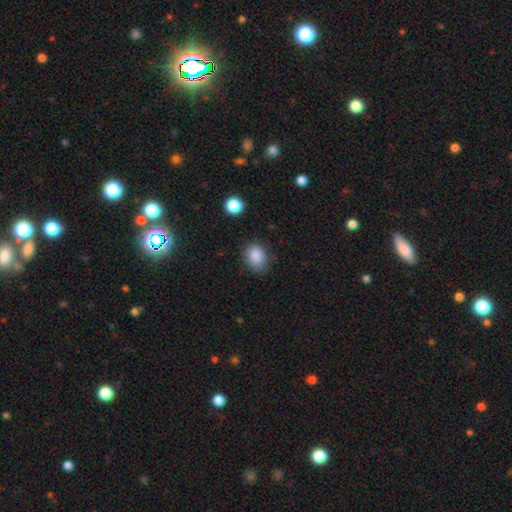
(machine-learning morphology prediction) This appears to be a smooth galaxy with no disk features (87%) that is in between round and cigar-shaped (55%). Merging: none (77%).